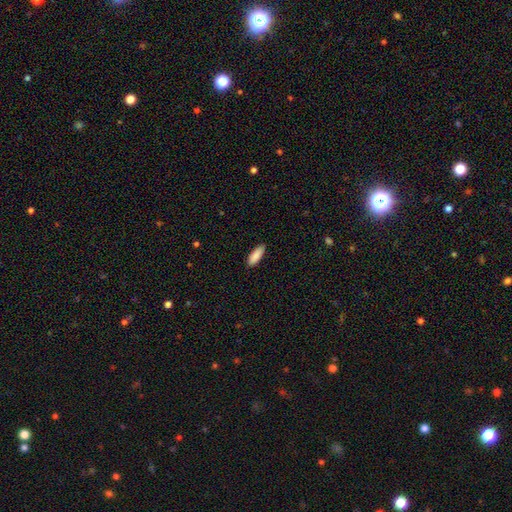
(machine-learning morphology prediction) This is clearly a smooth galaxy (89%). How rounded: likely in between (64%). Merging: clearly none (88%).